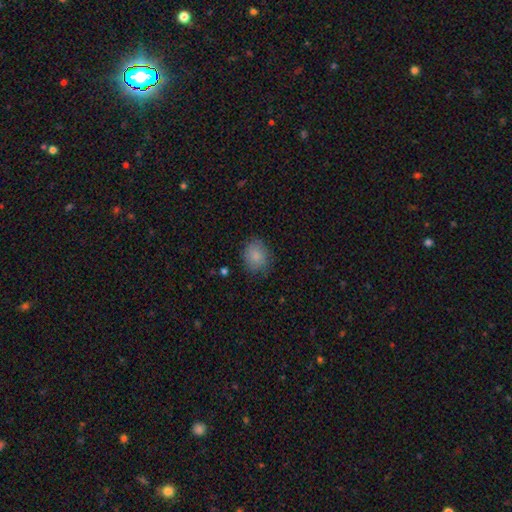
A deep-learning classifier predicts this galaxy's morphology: type=smooth (85%); roundness=round (59%); merging=none (80%).